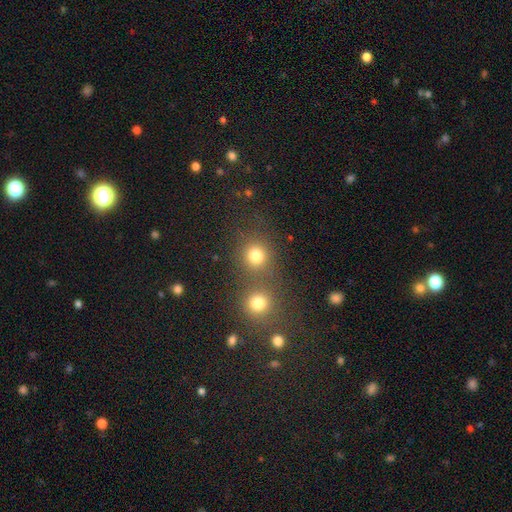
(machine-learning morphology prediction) A smooth galaxy with no disk features (79%) that is round (86%). Merging: none (54%).